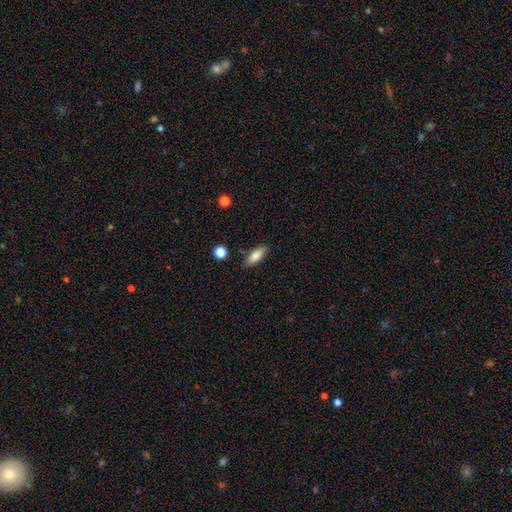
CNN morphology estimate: Smooth or featured: smooth — 83% (featured or disk — 10%)
How rounded: in between — 73% (cigar-shaped — 25%)
Merging: none — 83% (minor disturbance — 11%)